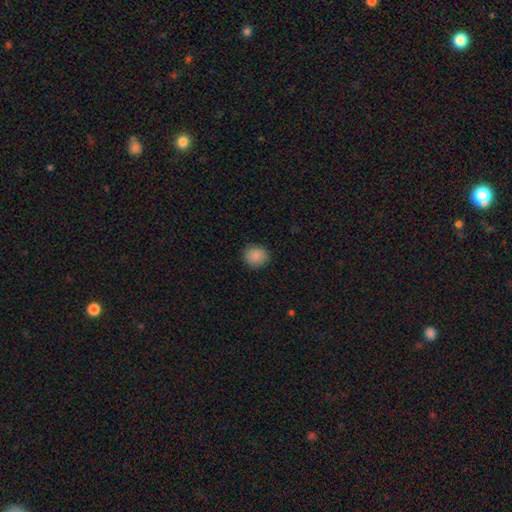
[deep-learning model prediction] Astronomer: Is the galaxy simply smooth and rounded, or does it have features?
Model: smooth — 88%.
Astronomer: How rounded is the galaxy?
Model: round — 84%.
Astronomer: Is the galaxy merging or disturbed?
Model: none — 89%.